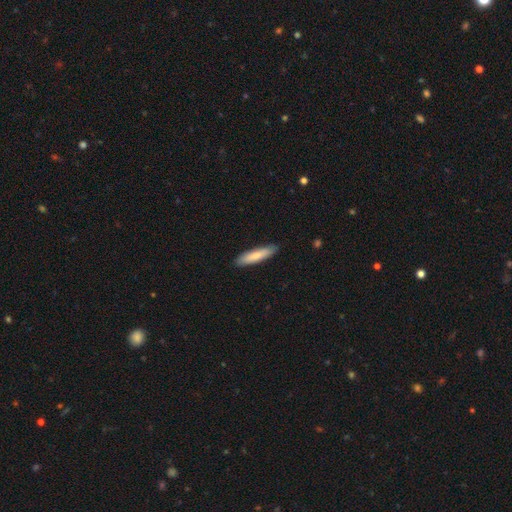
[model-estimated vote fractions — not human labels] Smooth or featured?
  - smooth: 81% *
  - featured or disk: 14%
  - star or artifact: 5%
How rounded?
  - cigar-shaped: 79% *
  - in between: 19%
  - round: 1%
Merging?
  - none: 88% *
  - minor disturbance: 9%
  - major disturbance: 2%
  - merger: 1%